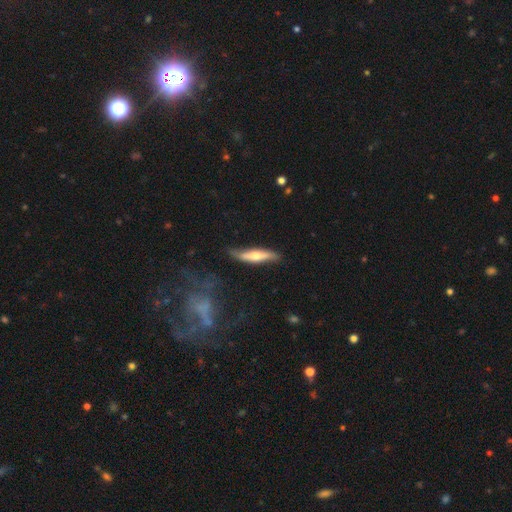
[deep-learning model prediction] A featured or disk galaxy (52%) viewed edge-on (75%).

Vote fractions:
- Smooth or featured? featured or disk: 52% / smooth: 42% / star or artifact: 6%
- Edge-on disk? yes: 75% / no: 25%
- Merging? none: 74% / minor disturbance: 20% / major disturbance: 4% / merger: 2%